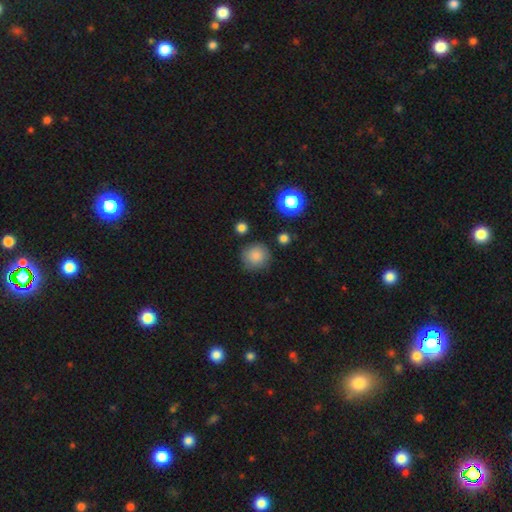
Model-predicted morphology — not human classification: Smooth or featured?
  - smooth: 84% *
  - star or artifact: 10%
  - featured or disk: 6%
How rounded?
  - round: 91% *
  - in between: 8%
  - cigar-shaped: 1%
Merging?
  - none: 82% *
  - minor disturbance: 12%
  - major disturbance: 3%
  - merger: 3%